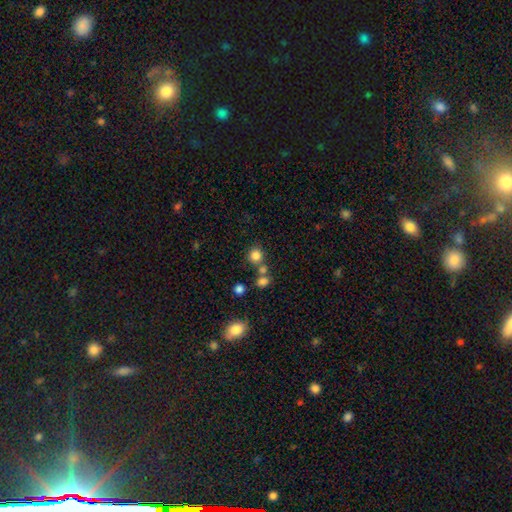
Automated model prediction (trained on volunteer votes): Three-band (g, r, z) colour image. It shows a smooth galaxy with no disk features (81%) that is round (88%). Merging: none (66%).